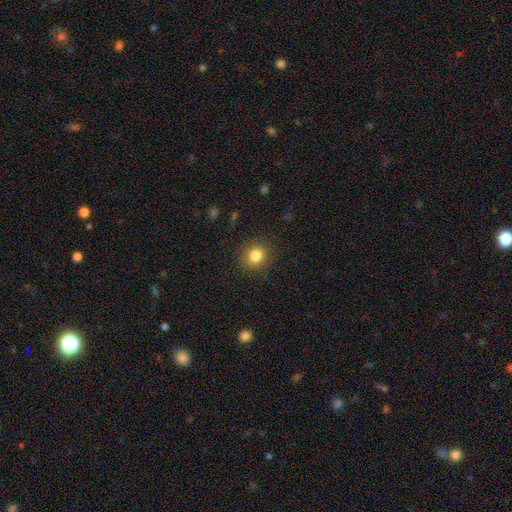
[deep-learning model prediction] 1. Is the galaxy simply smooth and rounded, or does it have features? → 83% smooth, 11% star or artifact, 6% featured or disk.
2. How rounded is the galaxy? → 82% round, 17% in between, 1% cigar-shaped.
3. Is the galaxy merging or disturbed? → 86% none, 9% minor disturbance, 3% major disturbance, 1% merger.